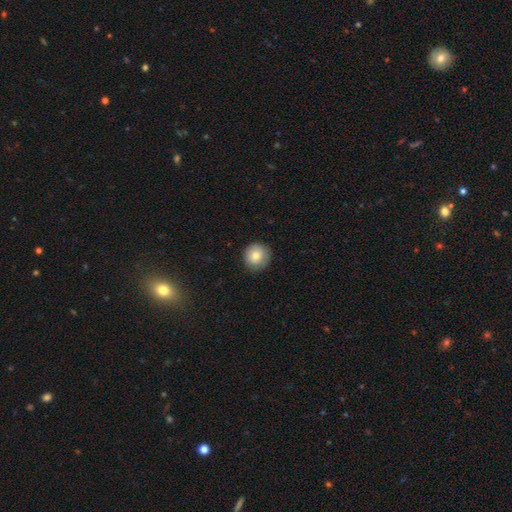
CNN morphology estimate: This appears to be a smooth galaxy with no disk features (82%) that is round (92%). Merging: none (87%).